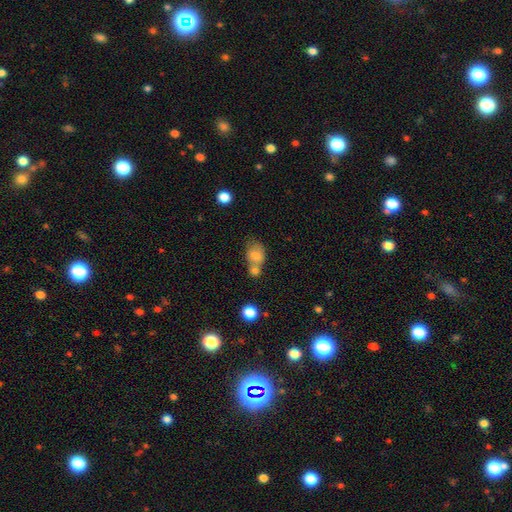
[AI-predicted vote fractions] Q: Smooth or featured?
A: smooth (77%); runner-up: featured or disk (13%)
Q: How rounded?
A: in between (64%); runner-up: round (34%)
Q: Merging?
A: merger (52%); runner-up: none (28%)